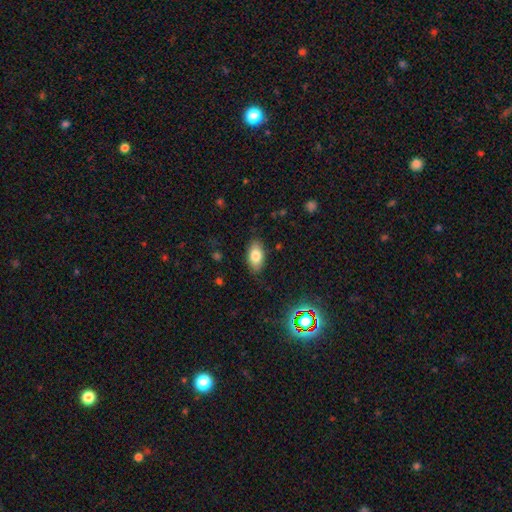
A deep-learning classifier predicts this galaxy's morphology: type=smooth (80%); roundness=in between (91%); merging=none (85%).